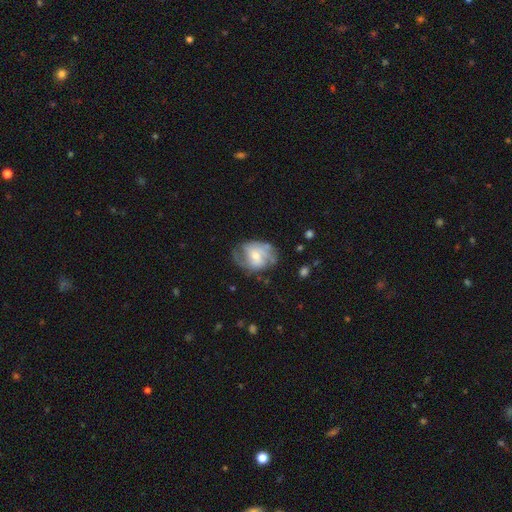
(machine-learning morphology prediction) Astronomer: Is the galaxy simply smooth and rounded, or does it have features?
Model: featured or disk — 71%.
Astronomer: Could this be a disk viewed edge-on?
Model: no — 97%.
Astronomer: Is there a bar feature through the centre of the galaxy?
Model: no — 50% (runner-up: weak, 40%).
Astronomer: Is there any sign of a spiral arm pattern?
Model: yes — 86%.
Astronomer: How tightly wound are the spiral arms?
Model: medium — 43% (runner-up: tight, 34%).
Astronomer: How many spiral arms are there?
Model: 2 — 48% (runner-up: can't tell, 27%).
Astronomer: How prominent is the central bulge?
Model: moderate — 49% (runner-up: small, 44%).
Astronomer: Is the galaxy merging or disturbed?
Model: none — 57%.